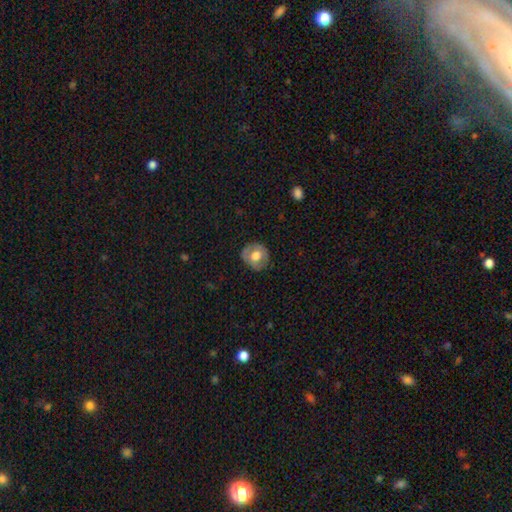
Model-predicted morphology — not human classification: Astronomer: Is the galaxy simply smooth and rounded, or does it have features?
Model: smooth — 58% (runner-up: featured or disk, 35%).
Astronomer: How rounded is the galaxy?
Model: round — 82%.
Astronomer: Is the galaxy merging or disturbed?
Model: none — 79%.